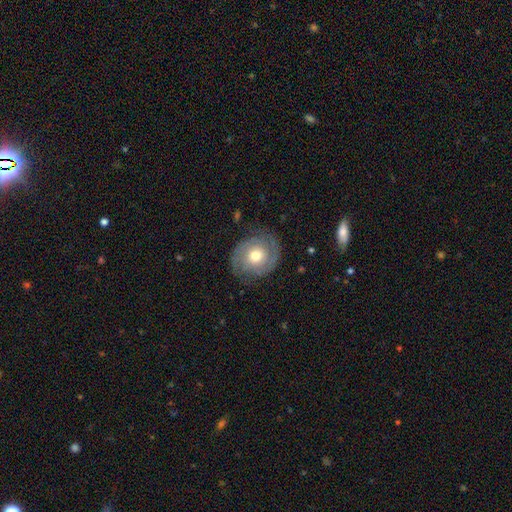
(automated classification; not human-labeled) A featured or disk galaxy (72%) with no bar (78%), 2 (83%) tight (55%) spiral arms (87%) and a moderate central bulge (74%).

Vote fractions:
- Smooth or featured? featured or disk: 72% / smooth: 22% / star or artifact: 6%
- Edge-on disk? no: 97% / yes: 3%
- Bar? no: 78% / weak: 18% / strong: 4%
- Spiral arms? yes: 87% / no: 13%
- Spiral winding? tight: 55% / medium: 34% / loose: 11%
- Spiral arm count? 2: 83% / can't tell: 9% / 1: 3% / 3: 2% / 4: 1% / more than 4: 1%
- Bulge size? moderate: 74% / small: 13% / large: 10% / dominant: 1% / none: 1%
- Merging? none: 80% / minor disturbance: 14% / major disturbance: 5% / merger: 1%